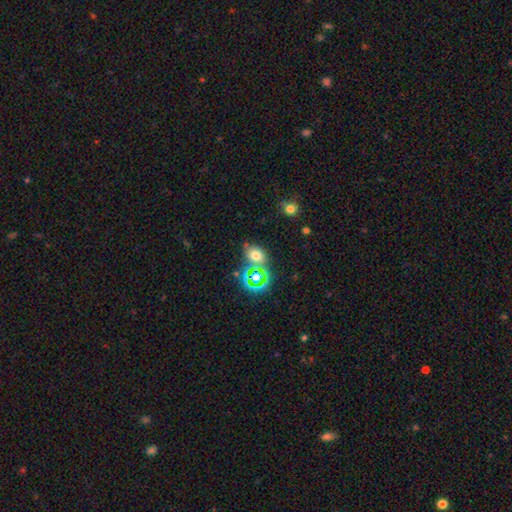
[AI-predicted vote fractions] smooth-or-featured: smooth: 60% | star or artifact: 29% | featured or disk: 11%
  how-rounded: in between: 58% | round: 41% | cigar-shaped: 1%
  merging: none: 63% | merger: 16% | minor disturbance: 15% | major disturbance: 6%